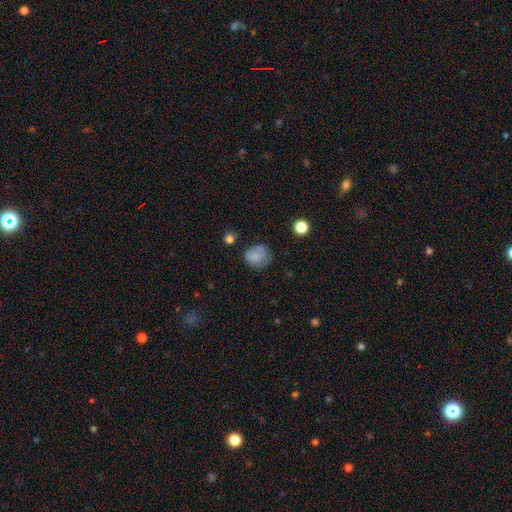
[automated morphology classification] Smooth or featured: smooth — 76% (featured or disk — 14%)
How rounded: round — 74% (in between — 26%)
Merging: none — 60% (minor disturbance — 26%)